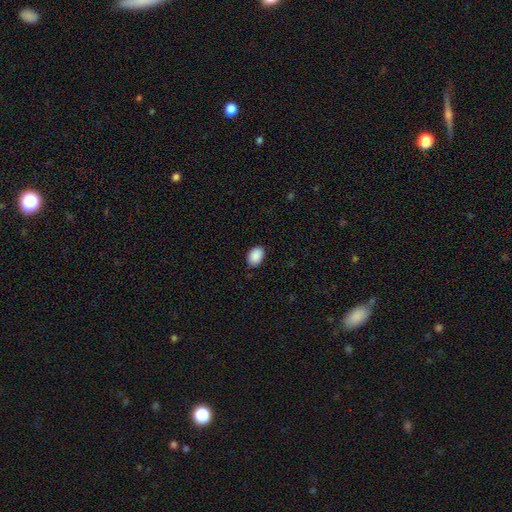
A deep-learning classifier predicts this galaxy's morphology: Q: Smooth or featured?
A: smooth (90%); runner-up: star or artifact (7%)
Q: How rounded?
A: in between (83%); runner-up: round (16%)
Q: Merging?
A: none (86%); runner-up: minor disturbance (11%)